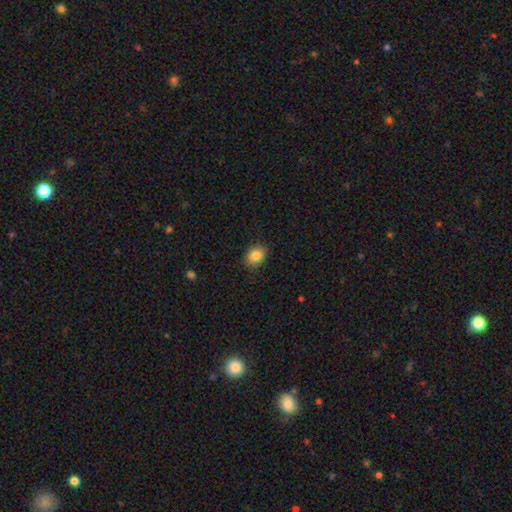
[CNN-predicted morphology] The model was most divided on "how rounded": in between: 60%, round: 39%, cigar-shaped: 1%. More confident: merging — none (86%); smooth or featured — smooth (85%).